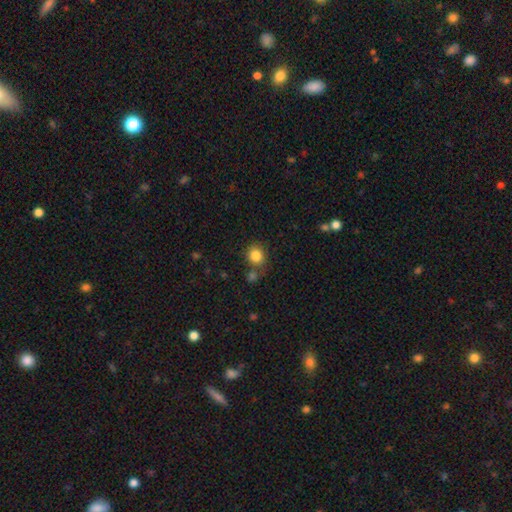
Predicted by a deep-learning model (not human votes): Smooth or featured: smooth — 84% (star or artifact — 10%)
How rounded: round — 76% (in between — 23%)
Merging: none — 70% (merger — 13%)